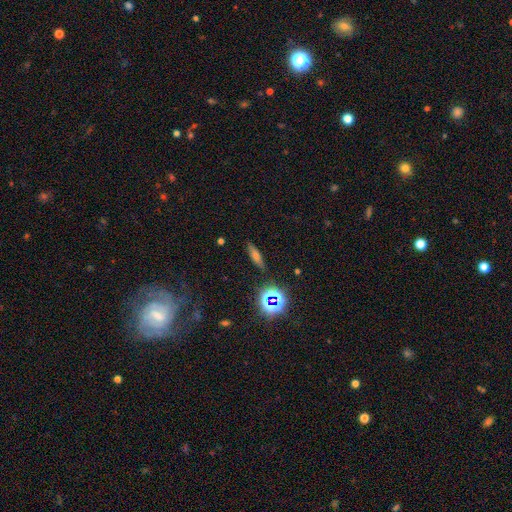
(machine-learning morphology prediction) type=smooth (40%); merging=none (86%).